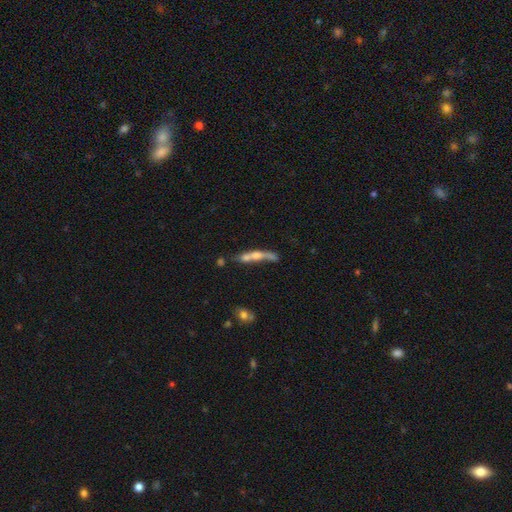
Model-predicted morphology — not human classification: This appears to be a featured or disk galaxy (50%). Merging: none (36%).